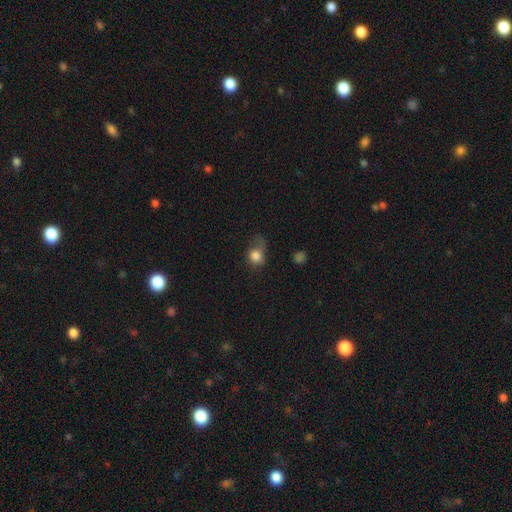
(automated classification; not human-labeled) This is clearly a smooth galaxy (80%). How rounded: likely round (65%). Merging: marginally none (34%).